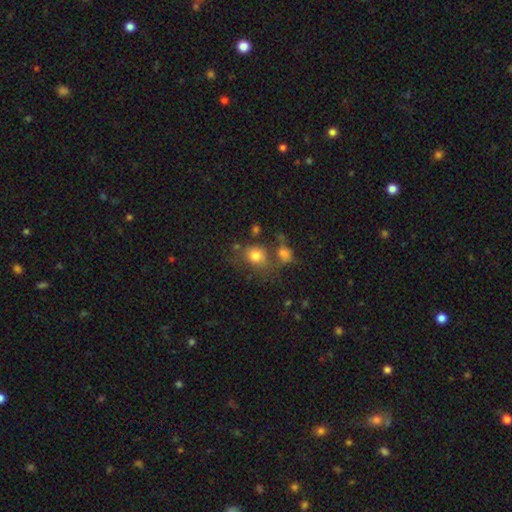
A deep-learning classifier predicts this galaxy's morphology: Smooth or featured? Predicted: smooth (p=0.77). How rounded? Predicted: round (p=0.65). Merging? Predicted: none (p=0.50).